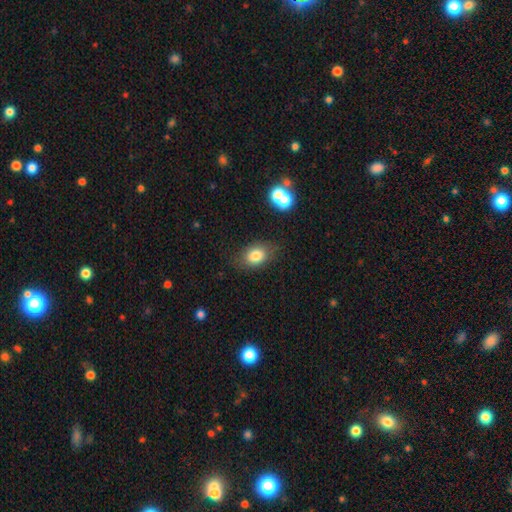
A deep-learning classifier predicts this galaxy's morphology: Smooth or featured?
  - smooth: 80% *
  - featured or disk: 10%
  - star or artifact: 10%
How rounded?
  - in between: 76% *
  - round: 23%
  - cigar-shaped: 2%
Merging?
  - none: 76% *
  - minor disturbance: 16%
  - major disturbance: 5%
  - merger: 4%